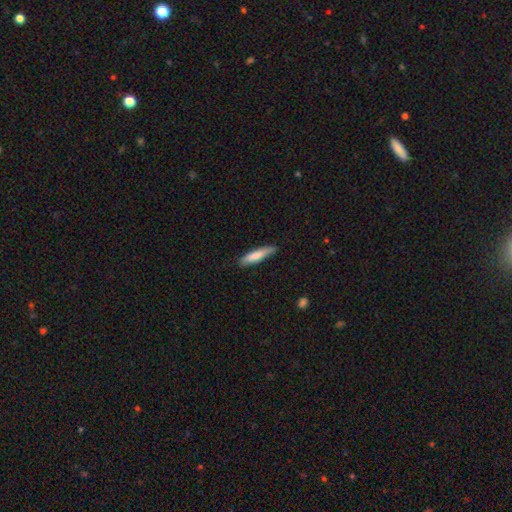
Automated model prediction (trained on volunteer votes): Smooth or featured: smooth — 79% (featured or disk — 15%)
How rounded: cigar-shaped — 82% (in between — 17%)
Merging: none — 74% (minor disturbance — 21%)